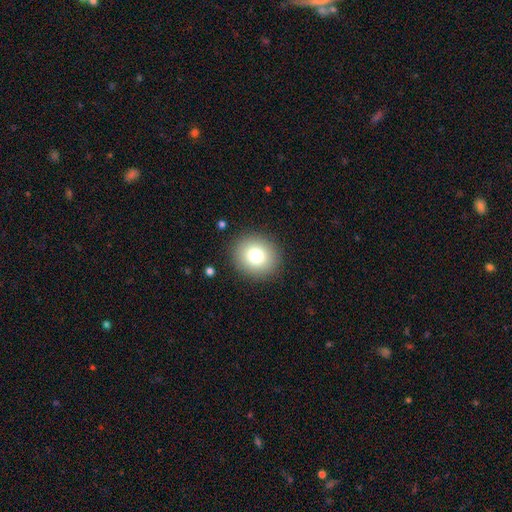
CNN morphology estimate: Smooth or featured: smooth — 78% (star or artifact — 11%)
How rounded: round — 85% (in between — 14%)
Merging: none — 90% (minor disturbance — 7%)